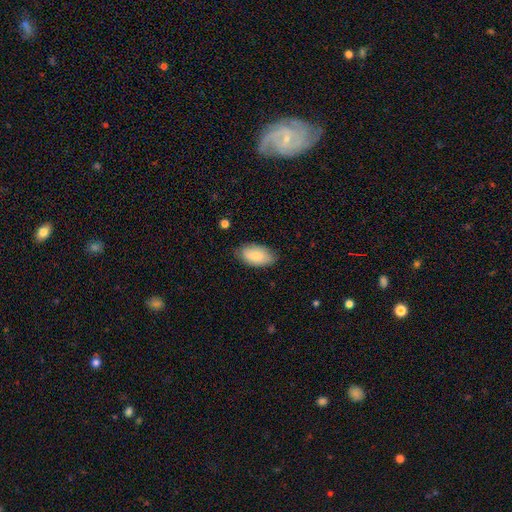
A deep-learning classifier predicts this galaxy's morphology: A smooth galaxy with no disk features (80%) that is in between round and cigar-shaped (94%).

Vote fractions:
- Smooth or featured? smooth: 80% / featured or disk: 13% / star or artifact: 6%
- How rounded? in between: 94% / round: 3% / cigar-shaped: 3%
- Merging? none: 80% / minor disturbance: 16% / major disturbance: 3% / merger: 1%